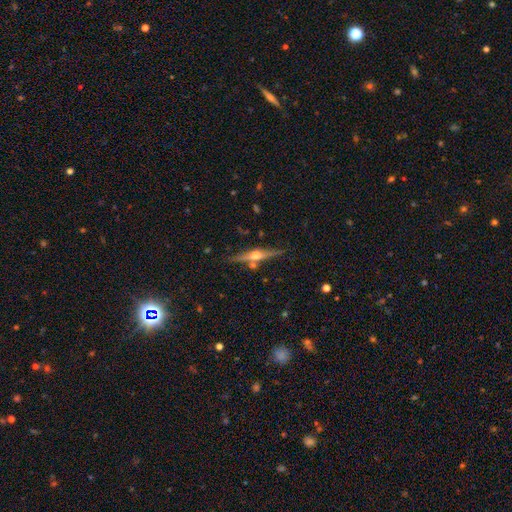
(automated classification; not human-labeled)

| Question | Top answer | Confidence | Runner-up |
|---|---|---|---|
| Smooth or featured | featured or disk | 76% | smooth (17%) |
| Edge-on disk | yes | 97% | no (3%) |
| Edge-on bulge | rounded | 92% | boxy (5%) |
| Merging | none | 81% | minor disturbance (10%) |